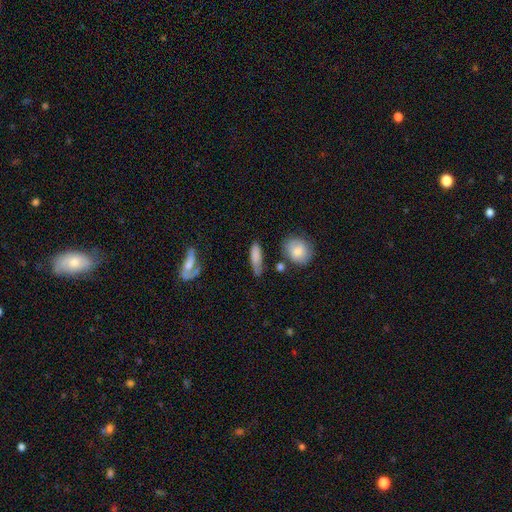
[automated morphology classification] This is likely a smooth galaxy (79%). How rounded: possibly cigar-shaped (49%). Merging: likely none (62%).